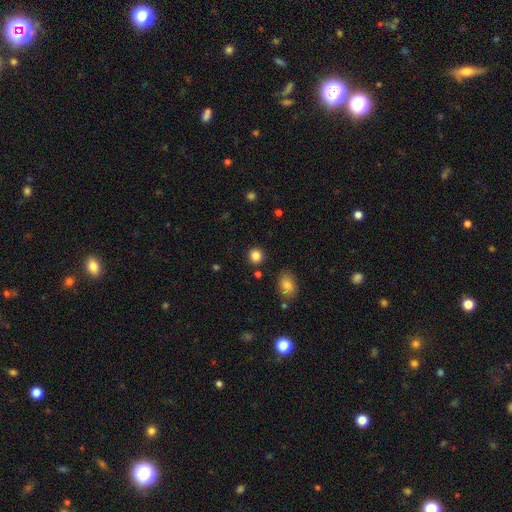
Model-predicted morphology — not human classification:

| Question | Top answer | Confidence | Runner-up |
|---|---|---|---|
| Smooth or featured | smooth | 85% | star or artifact (11%) |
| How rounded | round | 90% | in between (9%) |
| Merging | none | 88% | minor disturbance (7%) |